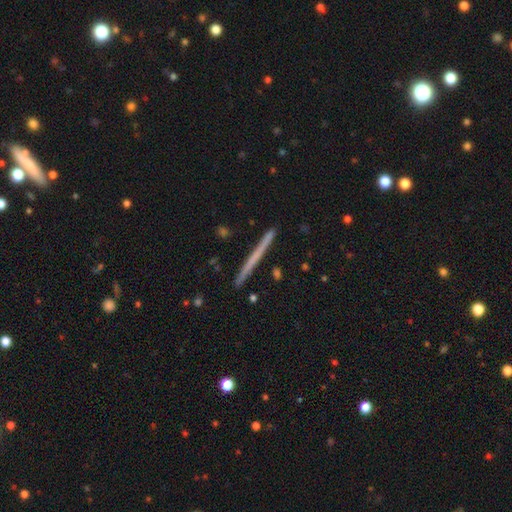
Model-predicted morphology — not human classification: type=featured or disk (49%); merging=none (92%).